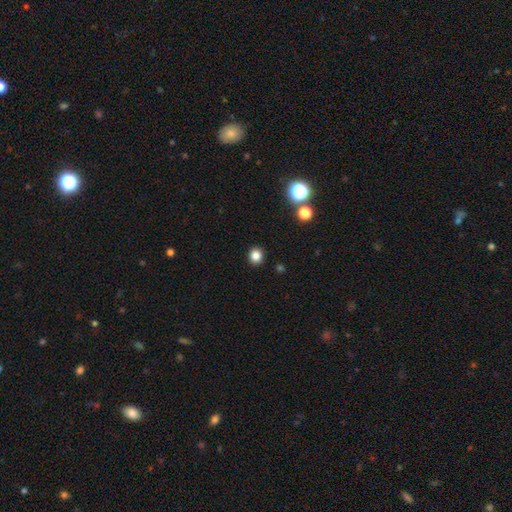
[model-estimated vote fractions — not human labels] A smooth galaxy with no disk features (83%) that is round (85%). Merging: none (92%).